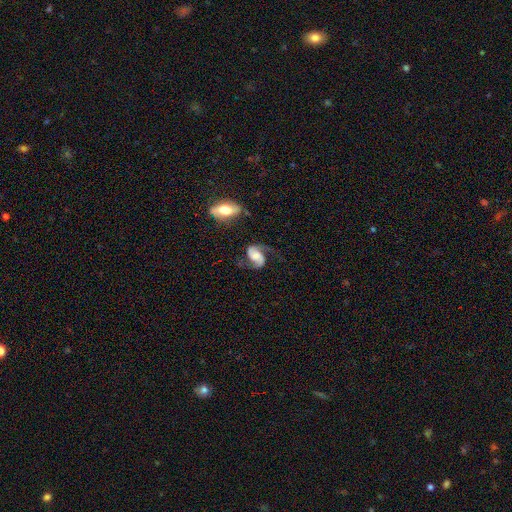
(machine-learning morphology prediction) smooth-or-featured: featured or disk: 87% | smooth: 7% | star or artifact: 5%
  disk-edge-on: no: 98% | yes: 2%
    bar: no: 49% | weak: 36% | strong: 16%
    has-spiral-arms: yes: 97% | no: 3%
      spiral-winding: medium: 47% | loose: 40% | tight: 14%
      spiral-arm-count: 2: 93% | 1: 2% | can't tell: 2% | 3: 1% | 4: 1% | more than 4: 1%
    bulge-size: moderate: 34% | small: 26% | none: 21% | large: 16% | dominant: 3%
  merging: none: 67% | minor disturbance: 18% | major disturbance: 11% | merger: 5%